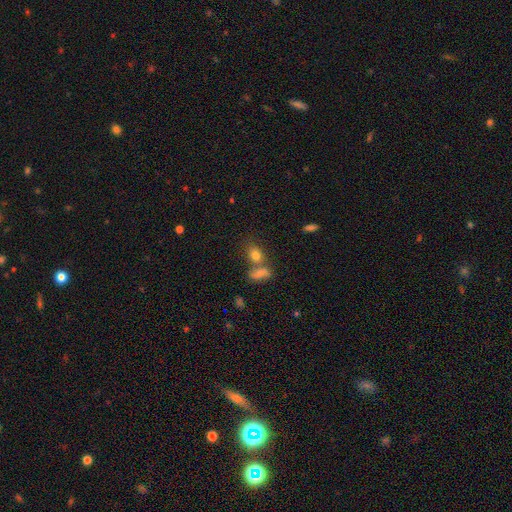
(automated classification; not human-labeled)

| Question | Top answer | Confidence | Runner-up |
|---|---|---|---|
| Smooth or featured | smooth | 78% | star or artifact (13%) |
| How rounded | in between | 64% | round (33%) |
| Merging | none | 50% | merger (34%) |